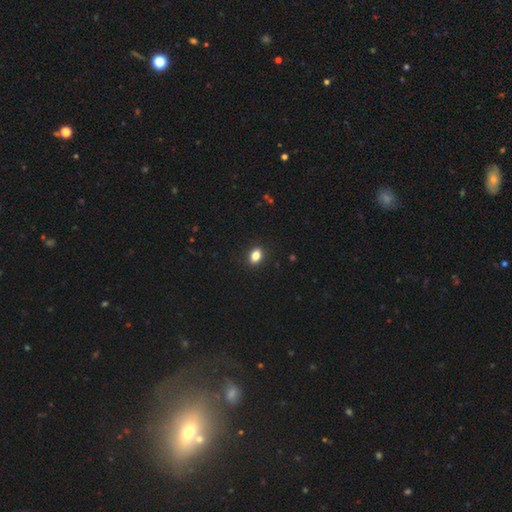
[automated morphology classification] smooth_or_featured: smooth (p=0.85) [alt: star or artifact p=0.10]
how_rounded: in between (p=0.77) [alt: round p=0.21]
merging: none (p=0.89) [alt: minor disturbance p=0.08]